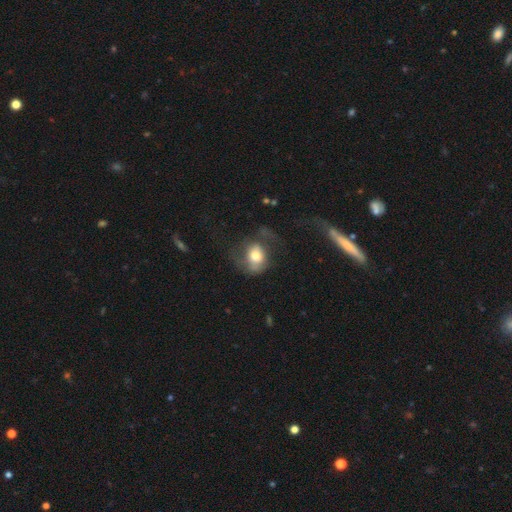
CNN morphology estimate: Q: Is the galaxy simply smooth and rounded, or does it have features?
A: smooth — 64%.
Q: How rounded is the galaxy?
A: in between — 50%.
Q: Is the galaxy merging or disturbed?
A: major disturbance — 39%.